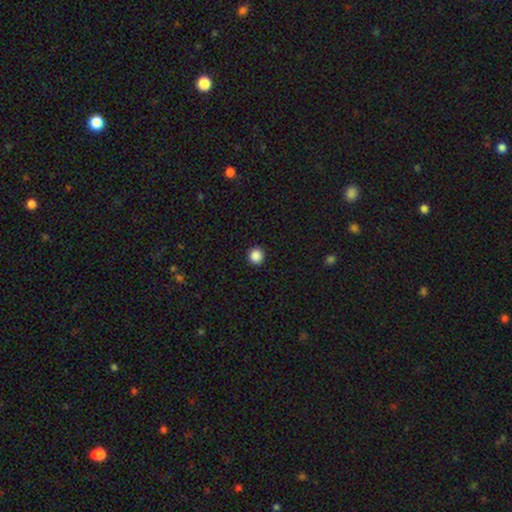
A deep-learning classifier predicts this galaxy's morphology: Smooth or featured? smooth (88%)
How rounded? round (93%)
Merging? none (93%)